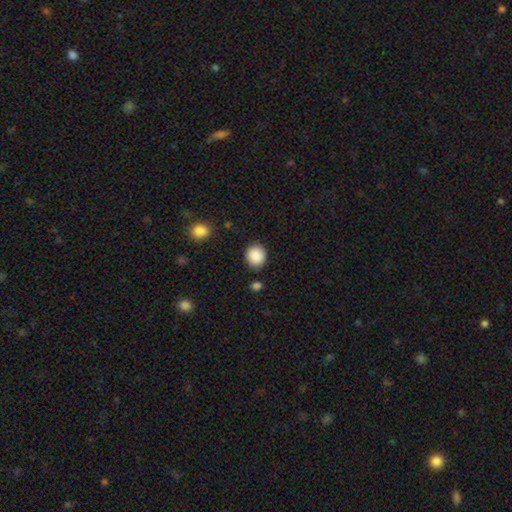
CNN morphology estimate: A smooth galaxy with no disk features (90%) that is round (83%). Merging: none (88%).